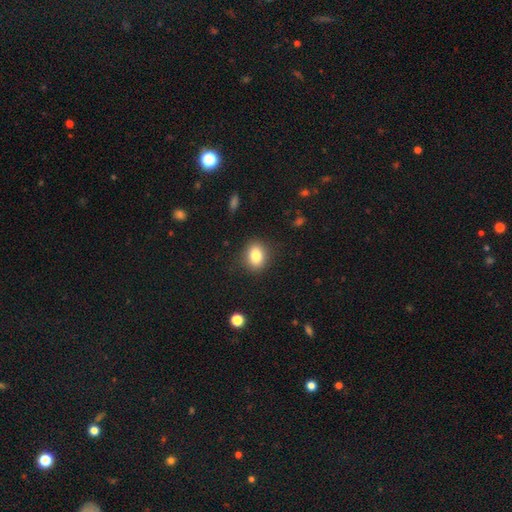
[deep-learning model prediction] smooth_or_featured: smooth (p=0.82) [alt: star or artifact p=0.10]
how_rounded: in between (p=0.50) [alt: round p=0.48]
merging: none (p=0.87) [alt: minor disturbance p=0.09]